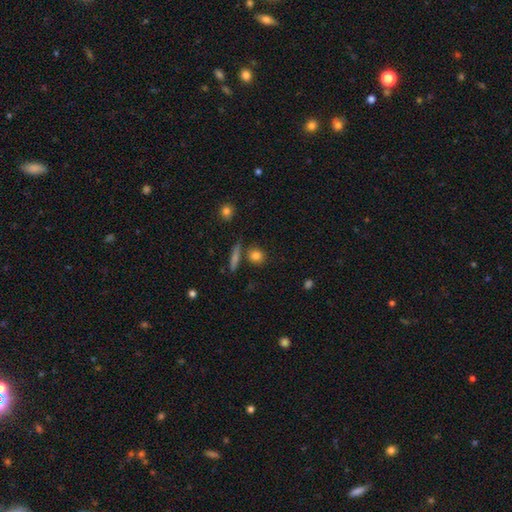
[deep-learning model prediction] This is clearly a smooth galaxy (83%). How rounded: likely round (77%). Merging: likely none (75%).